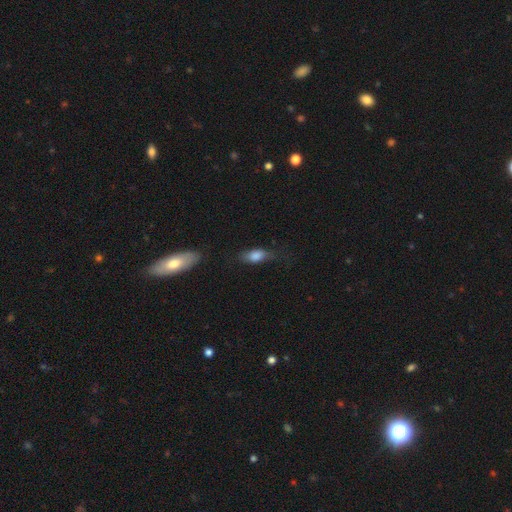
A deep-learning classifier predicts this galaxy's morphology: A smooth galaxy with no disk features (77%) that is in between round and cigar-shaped (79%). Merging: none (56%).